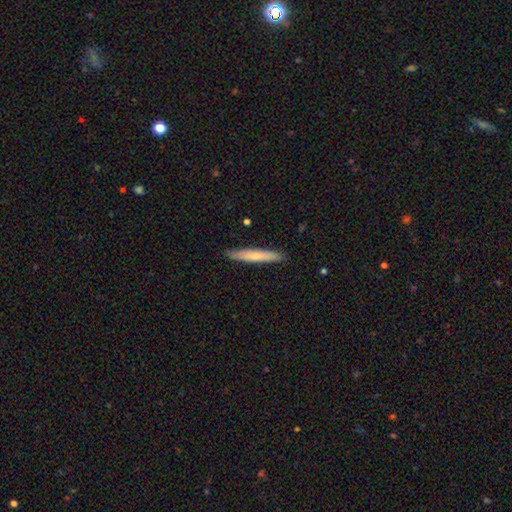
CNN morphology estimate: This is likely a smooth galaxy (66%). How rounded: clearly cigar-shaped (94%). Merging: clearly none (89%).